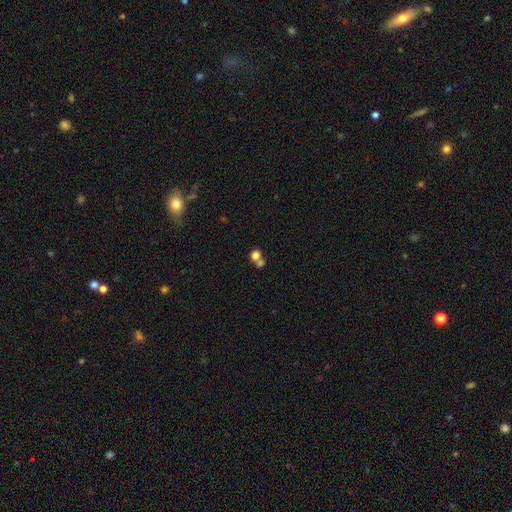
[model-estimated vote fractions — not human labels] Smooth or featured: smooth — 75% (star or artifact — 14%)
How rounded: round — 76% (in between — 23%)
Merging: merger — 50% (none — 39%)